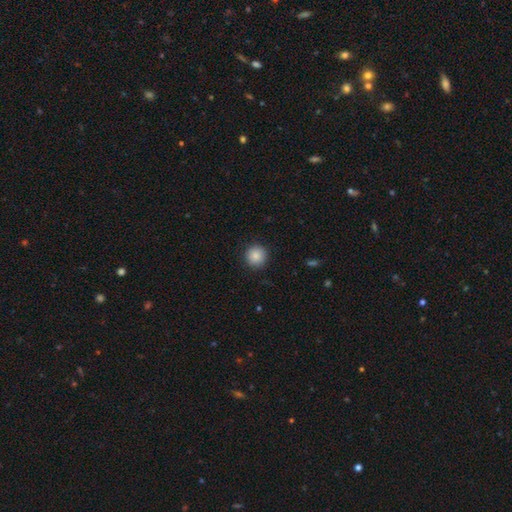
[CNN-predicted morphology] The model was most divided on "smooth or featured": smooth: 87%, star or artifact: 9%, featured or disk: 4%. More confident: how rounded — round (94%); merging — none (90%).